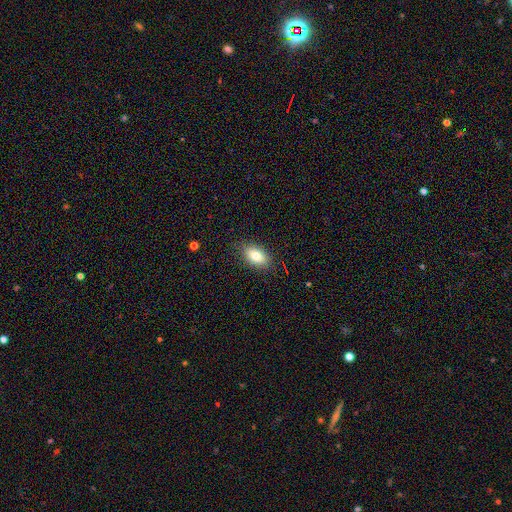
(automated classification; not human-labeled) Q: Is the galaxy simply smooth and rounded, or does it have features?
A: smooth — 83%.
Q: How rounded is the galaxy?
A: in between — 91%.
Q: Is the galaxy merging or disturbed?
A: none — 86%.